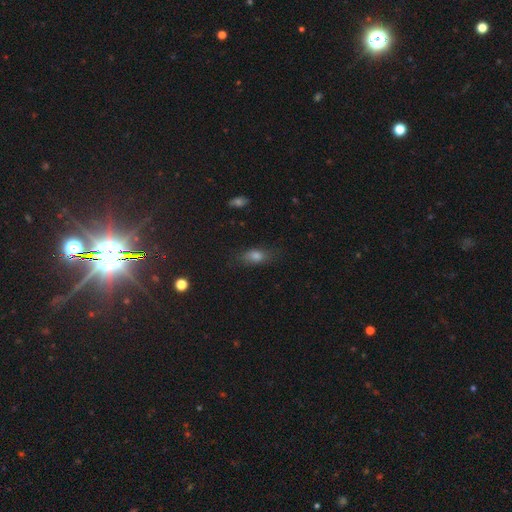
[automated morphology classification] This is likely a smooth galaxy (66%). How rounded: likely in between (71%). Merging: likely none (76%).